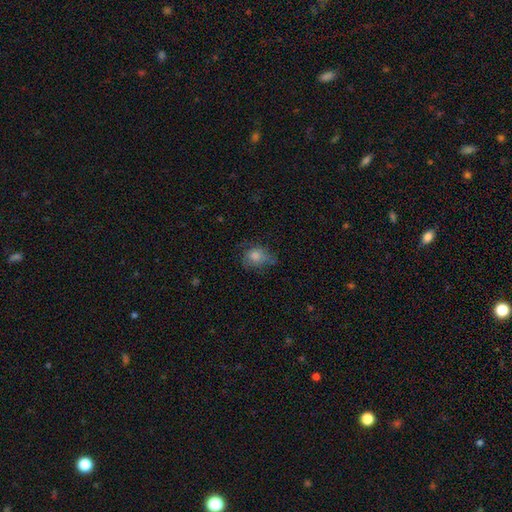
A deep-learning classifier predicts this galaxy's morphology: A smooth galaxy with no disk features (68%) that is round (60%).

Vote fractions:
- Smooth or featured? smooth: 68% / featured or disk: 18% / star or artifact: 14%
- How rounded? round: 60% / in between: 39% / cigar-shaped: 1%
- Merging? none: 58% / minor disturbance: 27% / major disturbance: 13% / merger: 2%